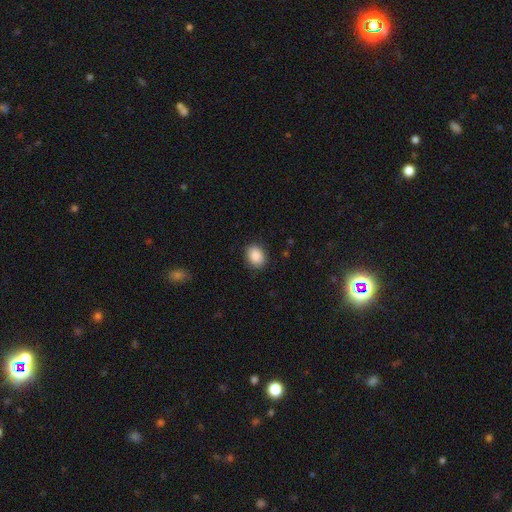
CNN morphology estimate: Q: Smooth or featured?
A: smooth (89%); runner-up: star or artifact (8%)
Q: How rounded?
A: in between (61%); runner-up: round (38%)
Q: Merging?
A: none (87%); runner-up: minor disturbance (10%)